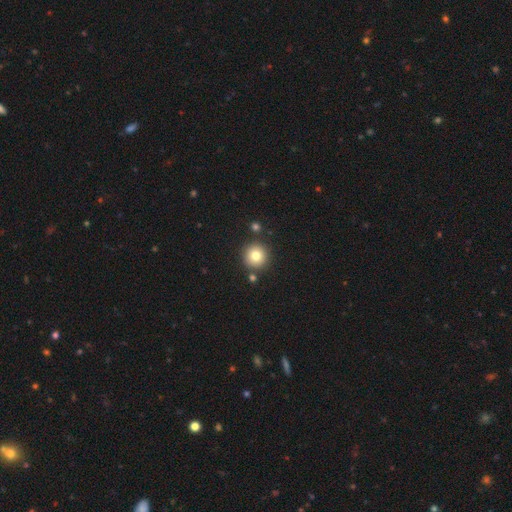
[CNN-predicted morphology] A smooth galaxy with no disk features (79%) that is round (95%). Merging: none (85%).